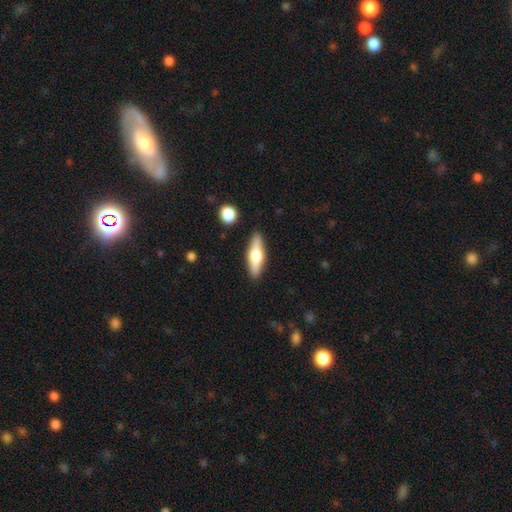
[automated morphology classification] Overall: smooth (51%; featured or disk 43%). How rounded: cigar-shaped (57%; in between 40%). Merging: none (87%).